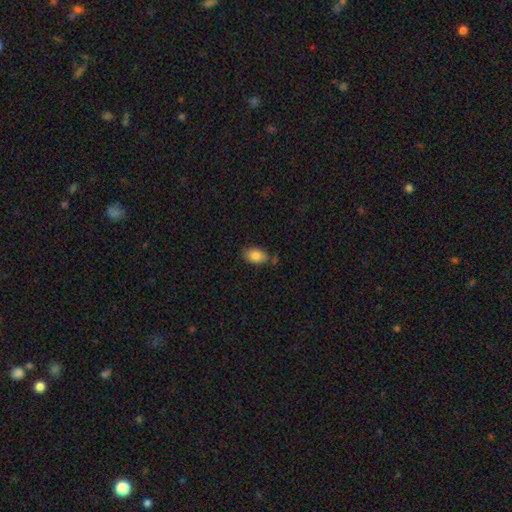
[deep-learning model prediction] smooth 84%, star or artifact 8%, featured or disk 8%. Down the decision tree: how rounded — in between (89%); merging — none (69%).